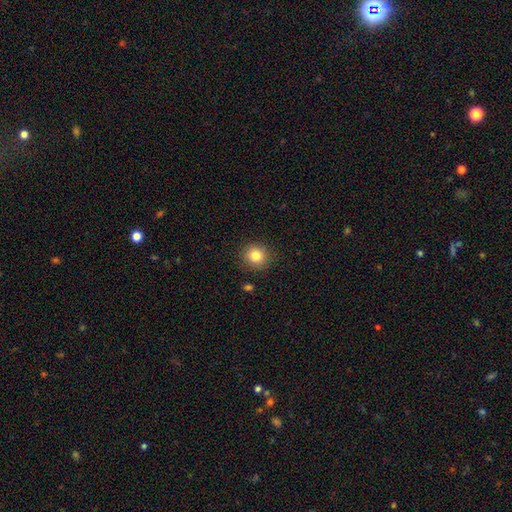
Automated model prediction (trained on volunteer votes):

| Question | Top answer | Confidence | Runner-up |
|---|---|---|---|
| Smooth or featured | smooth | 83% | star or artifact (10%) |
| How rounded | round | 90% | in between (9%) |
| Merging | none | 89% | minor disturbance (7%) |